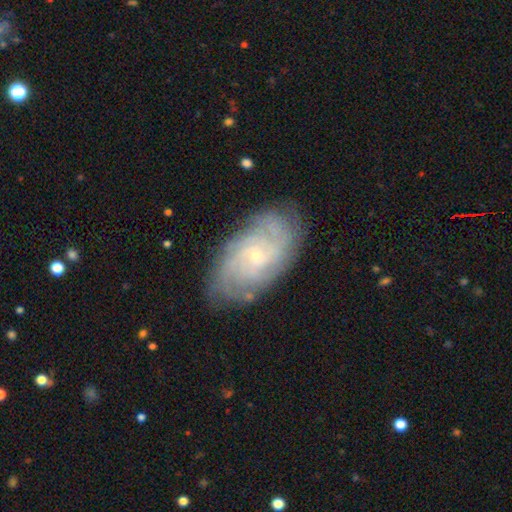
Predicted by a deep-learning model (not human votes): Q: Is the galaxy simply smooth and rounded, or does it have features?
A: featured or disk — 81%.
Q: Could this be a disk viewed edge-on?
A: no — 96%.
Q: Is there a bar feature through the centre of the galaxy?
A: no — 74%.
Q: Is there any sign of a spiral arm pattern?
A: yes — 95%.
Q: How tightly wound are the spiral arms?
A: tight — 70%.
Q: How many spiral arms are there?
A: can't tell — 36%.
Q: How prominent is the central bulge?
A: small — 85%.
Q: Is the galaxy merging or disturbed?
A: none — 80%.